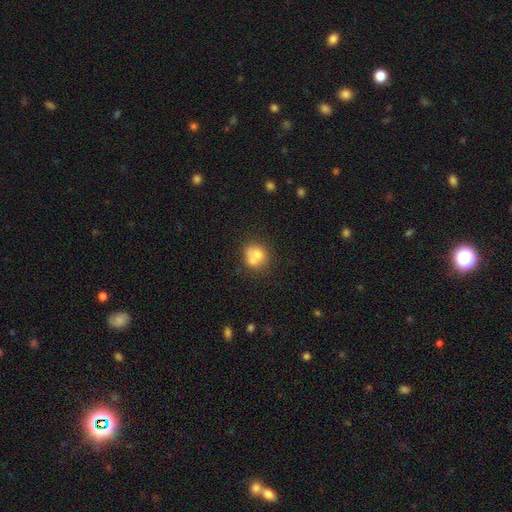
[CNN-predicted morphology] type=smooth (66%); roundness=round (74%); merging=merger (49%).